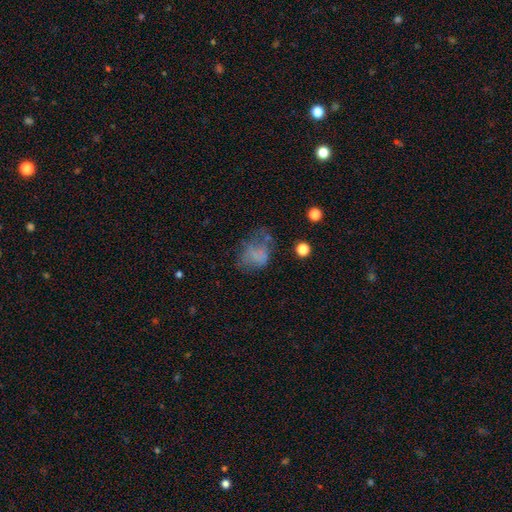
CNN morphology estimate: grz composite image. It shows a smooth galaxy with no disk features (57%) that is in between round and cigar-shaped (64%). Merging: none (38%).